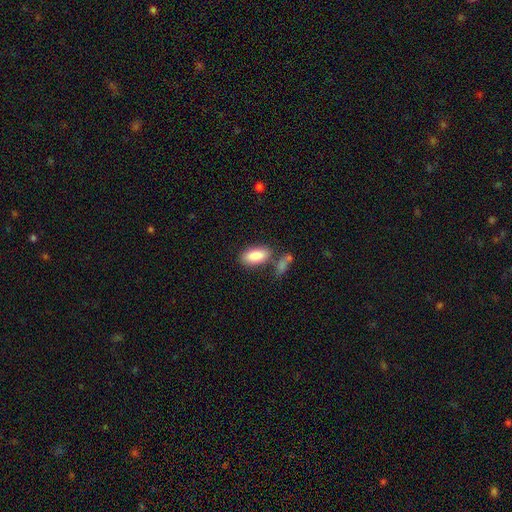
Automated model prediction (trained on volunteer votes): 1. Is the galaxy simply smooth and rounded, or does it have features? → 86% smooth, 8% featured or disk, 6% star or artifact.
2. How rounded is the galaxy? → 90% in between, 8% cigar-shaped, 3% round.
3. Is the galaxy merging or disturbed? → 70% none, 14% minor disturbance, 12% merger, 4% major disturbance.